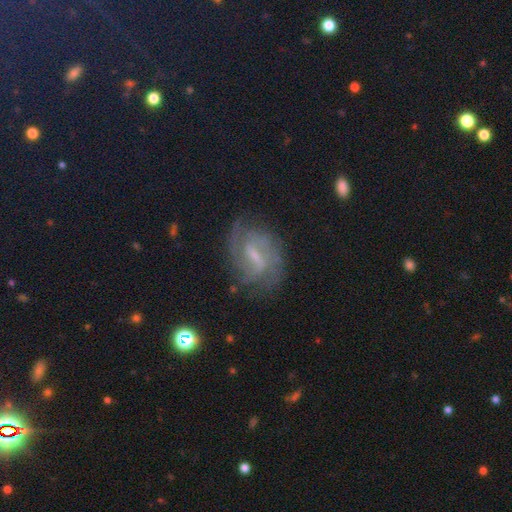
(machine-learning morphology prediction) Smooth or featured?
  - featured or disk: 81% *
  - smooth: 11%
  - star or artifact: 8%
Edge-on disk?
  - no: 96% *
  - yes: 4%
Bar?
  - weak: 57% *
  - strong: 30%
  - no: 14%
Spiral arms?
  - yes: 93% *
  - no: 7%
Spiral winding?
  - medium: 45% *
  - tight: 40%
  - loose: 16%
Spiral arm count?
  - 2: 51% *
  - can't tell: 25%
  - 3: 13%
  - 1: 4%
  - 4: 4%
  - more than 4: 3%
Bulge size?
  - small: 48% *
  - moderate: 28%
  - none: 21%
  - large: 3%
  - dominant: 1%
Merging?
  - none: 71% *
  - minor disturbance: 18%
  - major disturbance: 9%
  - merger: 2%